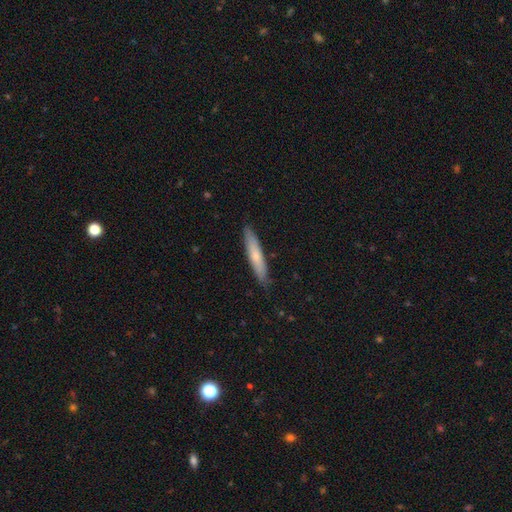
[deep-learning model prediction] Smooth or featured?
  - smooth: 64% *
  - featured or disk: 30%
  - star or artifact: 5%
How rounded?
  - cigar-shaped: 91% *
  - in between: 8%
  - round: 1%
Merging?
  - none: 88% *
  - minor disturbance: 9%
  - major disturbance: 2%
  - merger: 1%